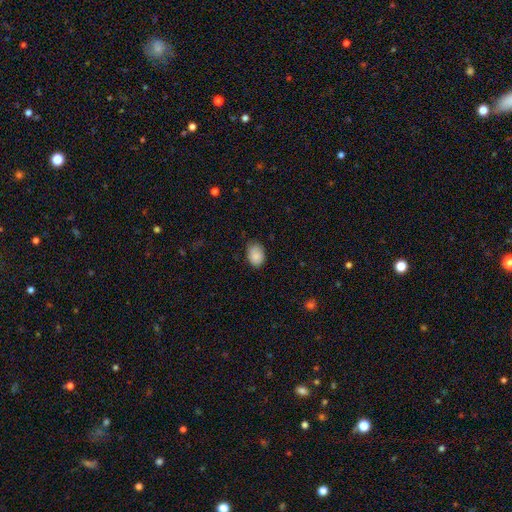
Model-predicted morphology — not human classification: Smooth or featured? smooth (87%)
How rounded? in between (75%)
Merging? none (71%)